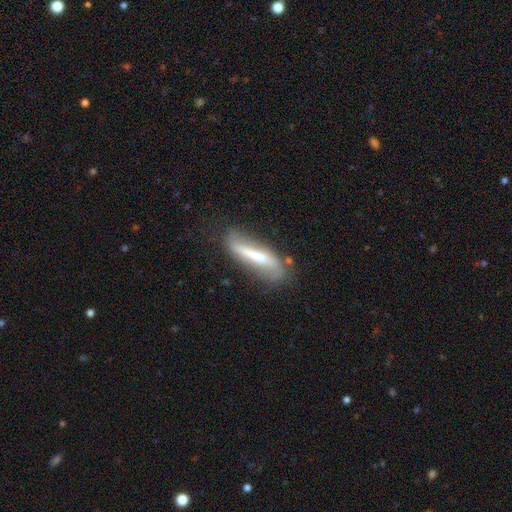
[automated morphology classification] The model was most divided on "smooth or featured": featured or disk: 47%, smooth: 45%, star or artifact: 8%. More confident: merging — none (55%).